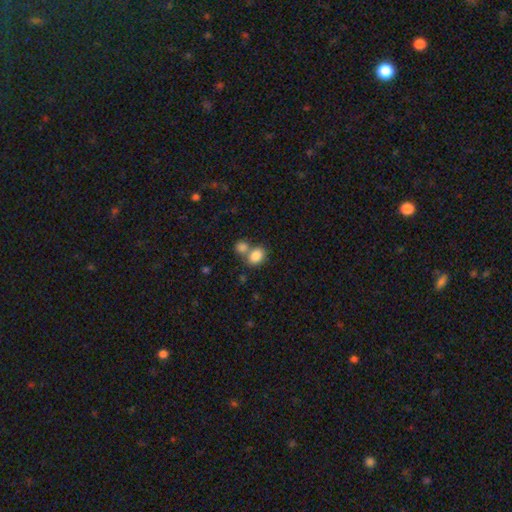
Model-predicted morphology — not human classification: smooth_or_featured: smooth (p=0.84) [alt: star or artifact p=0.09]
how_rounded: in between (p=0.61) [alt: round p=0.38]
merging: none (p=0.46) [alt: merger p=0.42]